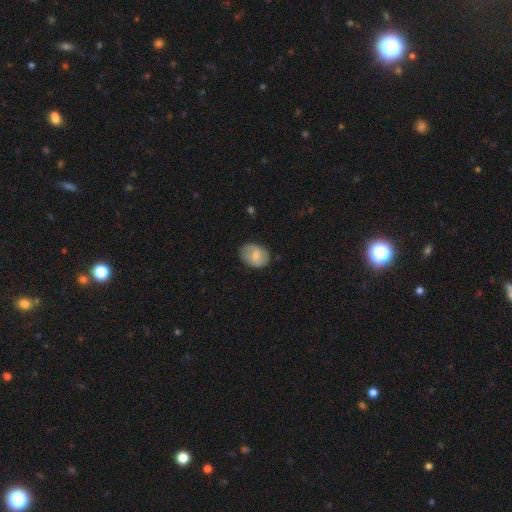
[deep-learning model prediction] Smooth or featured?
  - smooth: 70% *
  - featured or disk: 24%
  - star or artifact: 7%
How rounded?
  - in between: 69% *
  - round: 30%
  - cigar-shaped: 1%
Merging?
  - none: 76% *
  - minor disturbance: 18%
  - major disturbance: 5%
  - merger: 1%